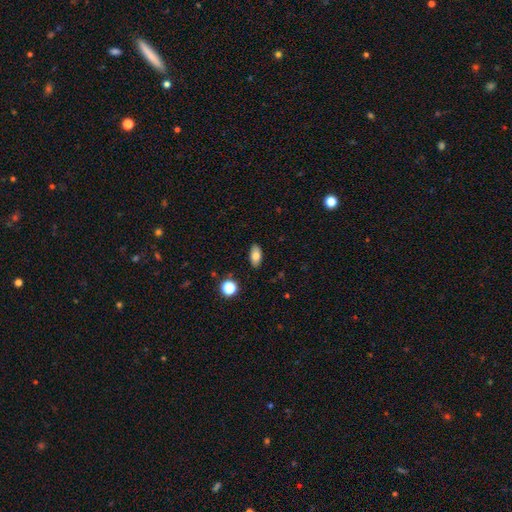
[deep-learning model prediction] A smooth galaxy with no disk features (80%) that is in between round and cigar-shaped (90%).

Vote fractions:
- Smooth or featured? smooth: 80% / featured or disk: 12% / star or artifact: 9%
- How rounded? in between: 90% / round: 6% / cigar-shaped: 4%
- Merging? none: 87% / minor disturbance: 9% / major disturbance: 2% / merger: 1%